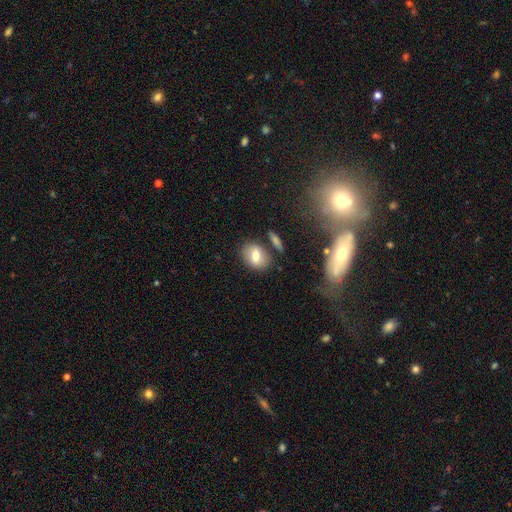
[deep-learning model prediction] smooth_or_featured: smooth (p=0.71) [alt: featured or disk p=0.20]
how_rounded: in between (p=0.60) [alt: round p=0.37]
merging: none (p=0.73) [alt: minor disturbance p=0.13]